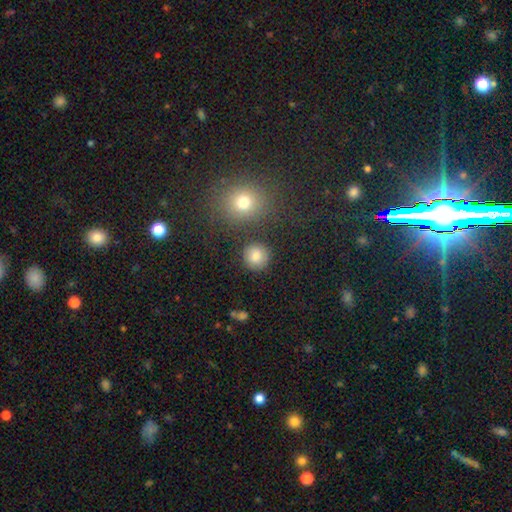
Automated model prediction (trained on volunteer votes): This appears to be a smooth galaxy with no disk features (81%) that is round (92%). Merging: none (86%).